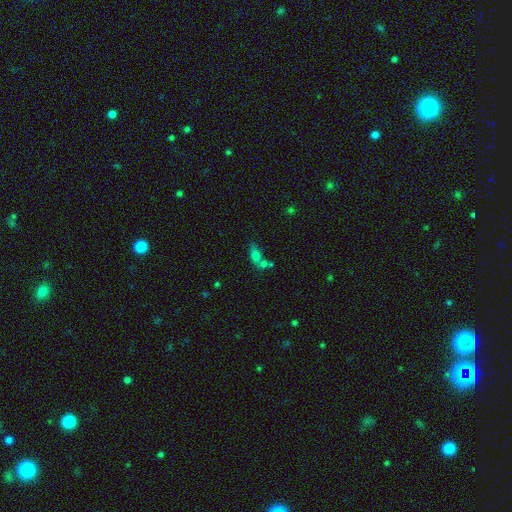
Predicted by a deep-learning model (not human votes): This is likely a smooth galaxy (65%). How rounded: likely in between (68%). Merging: marginally merger (43%).